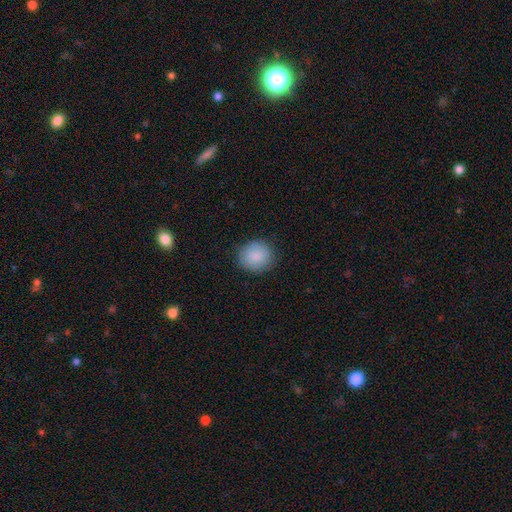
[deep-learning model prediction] Smooth or featured? Predicted: smooth (p=0.88). How rounded? Predicted: round (p=0.80). Merging? Predicted: none (p=0.85).